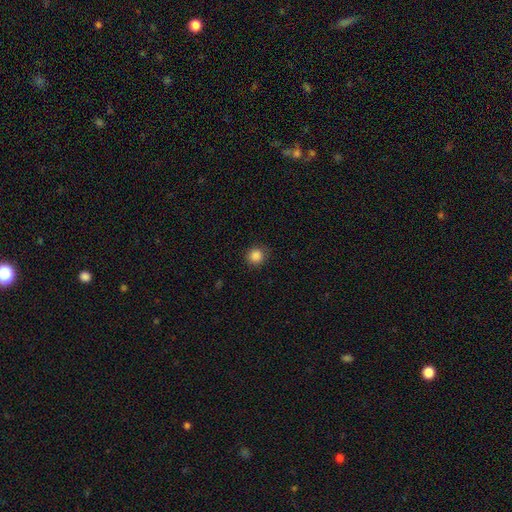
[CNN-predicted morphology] A smooth galaxy with no disk features (86%) that is round (91%).

Vote fractions:
- Smooth or featured? smooth: 86% / star or artifact: 11% / featured or disk: 3%
- How rounded? round: 91% / in between: 8% / cigar-shaped: 1%
- Merging? none: 87% / minor disturbance: 10% / major disturbance: 3% / merger: 1%